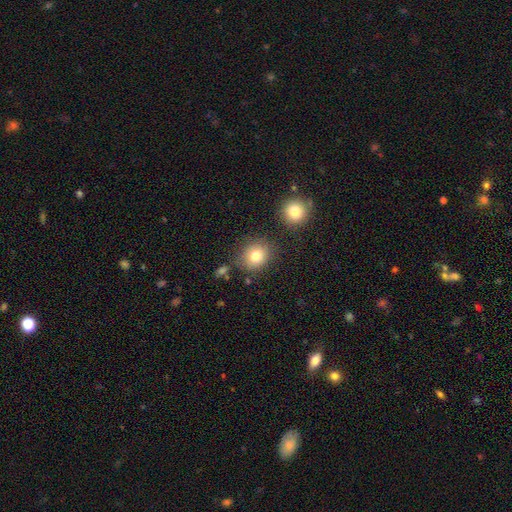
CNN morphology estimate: Q: Smooth or featured?
A: smooth (80%); runner-up: star or artifact (11%)
Q: How rounded?
A: round (72%); runner-up: in between (27%)
Q: Merging?
A: none (78%); runner-up: minor disturbance (12%)